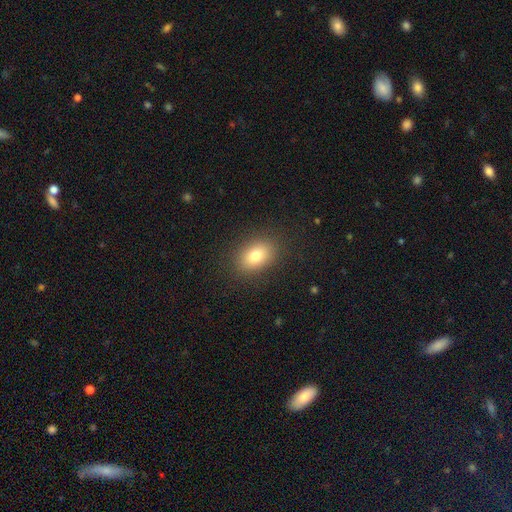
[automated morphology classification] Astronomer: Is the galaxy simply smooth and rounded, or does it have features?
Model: smooth — 78%.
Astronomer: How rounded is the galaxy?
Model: in between — 77%.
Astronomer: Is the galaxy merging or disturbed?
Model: none — 87%.